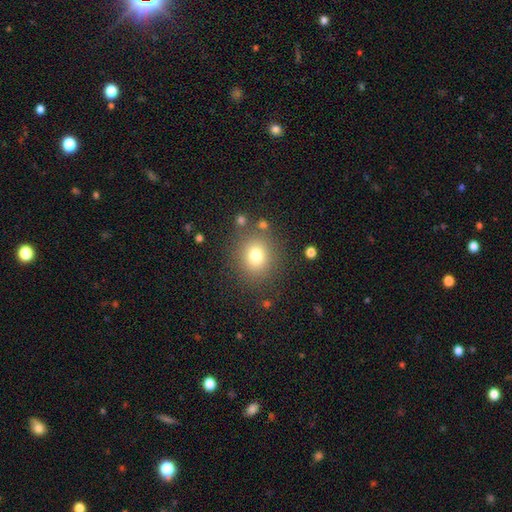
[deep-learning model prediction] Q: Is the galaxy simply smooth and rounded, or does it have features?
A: smooth — 77%.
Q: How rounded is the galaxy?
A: round — 82%.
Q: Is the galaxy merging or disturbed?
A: none — 83%.